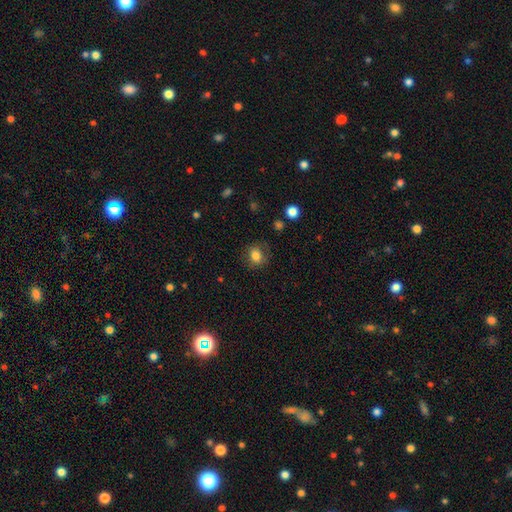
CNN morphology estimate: Overall: smooth (81%). How rounded: round (62%; in between 37%). Merging: none (75%).